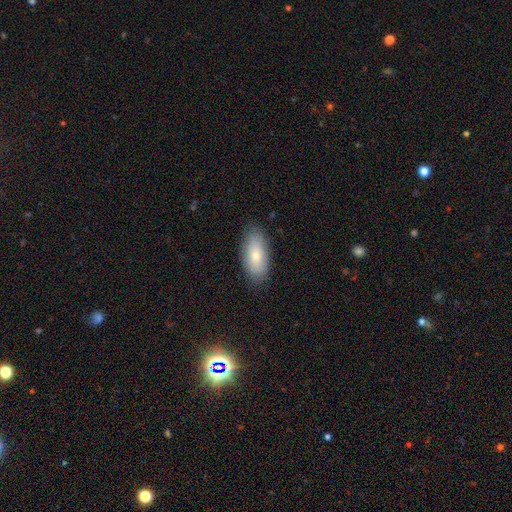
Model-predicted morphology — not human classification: Smooth or featured: smooth — 78% (featured or disk — 16%)
How rounded: in between — 90% (cigar-shaped — 8%)
Merging: none — 84% (minor disturbance — 13%)